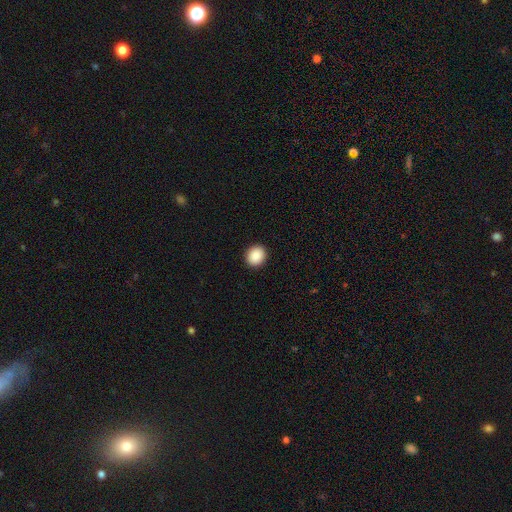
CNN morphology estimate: Smooth or featured?
  - smooth: 90% *
  - star or artifact: 8%
  - featured or disk: 2%
How rounded?
  - round: 69% *
  - in between: 30%
  - cigar-shaped: 1%
Merging?
  - none: 92% *
  - minor disturbance: 5%
  - major disturbance: 2%
  - merger: 1%